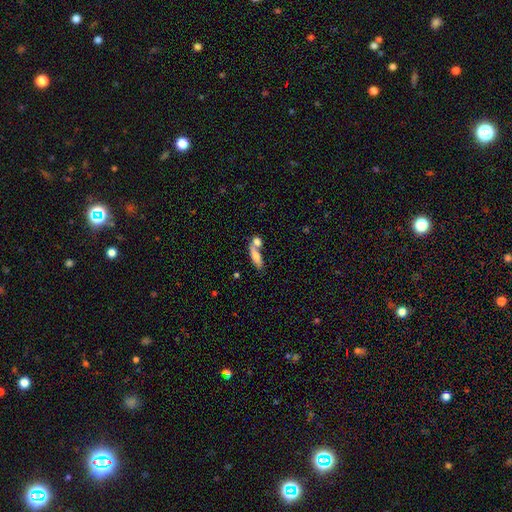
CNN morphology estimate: The model was most divided on "how rounded": in between: 50%, cigar-shaped: 45%, round: 5%. Remaining: smooth or featured — smooth (70%); merging — merger (44%).